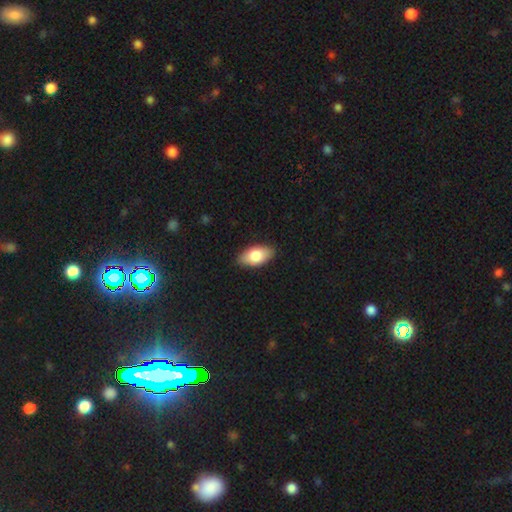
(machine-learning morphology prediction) This is likely a smooth galaxy (80%). How rounded: clearly in between (93%). Merging: clearly none (87%).